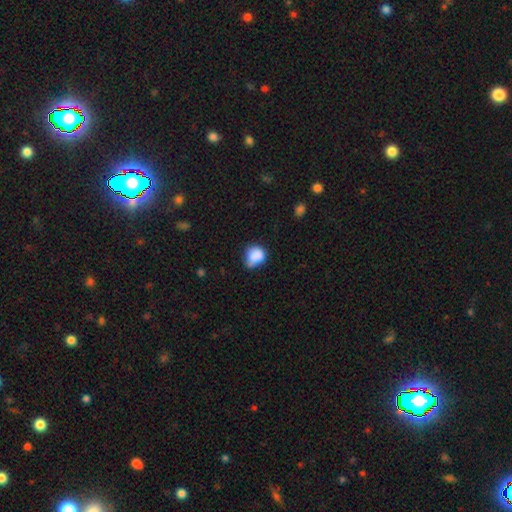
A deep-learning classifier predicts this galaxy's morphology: This appears to be a smooth galaxy with no disk features (80%) that is round (64%). Merging: none (41%).